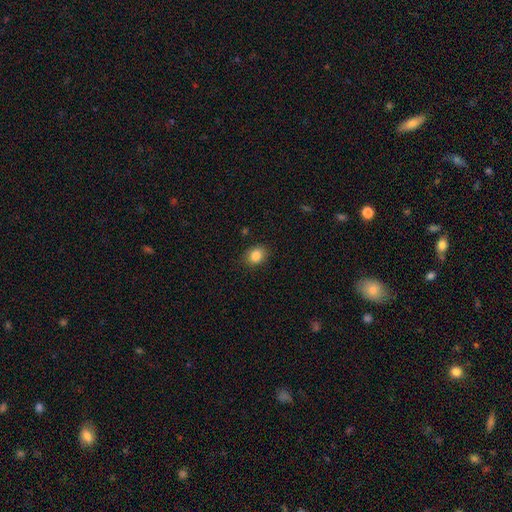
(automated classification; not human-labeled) The model was most divided on "how rounded": round: 51%, in between: 48%, cigar-shaped: 1%. More confident: smooth or featured — smooth (85%); merging — none (85%).